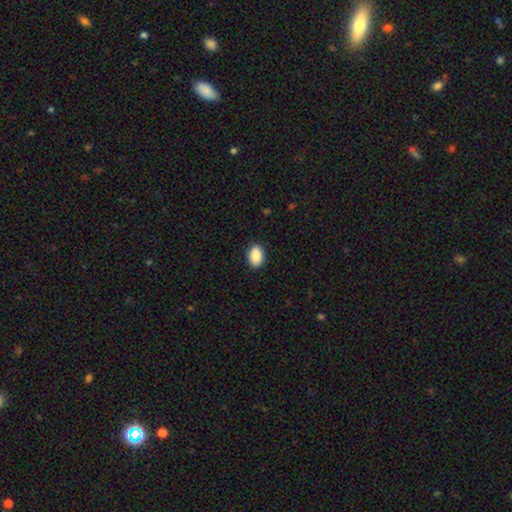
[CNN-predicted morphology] smooth-or-featured: smooth: 90% | star or artifact: 7% | featured or disk: 3%
  how-rounded: in between: 87% | round: 11% | cigar-shaped: 1%
  merging: none: 89% | minor disturbance: 8% | major disturbance: 2% | merger: 1%